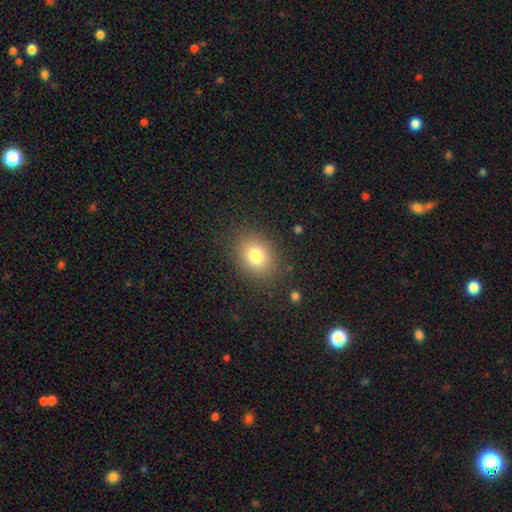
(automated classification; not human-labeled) Smooth or featured? Predicted: smooth (p=0.78). How rounded? Predicted: round (p=0.56). Merging? Predicted: none (p=0.85).